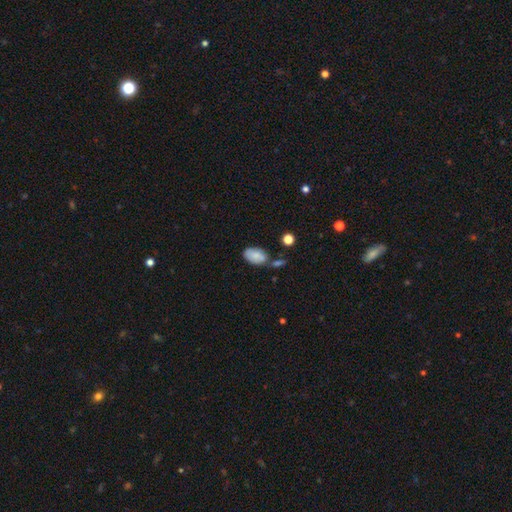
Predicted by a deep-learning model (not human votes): This appears to be a smooth galaxy with no disk features (79%) that is in between round and cigar-shaped (92%). Merging: none (54%).